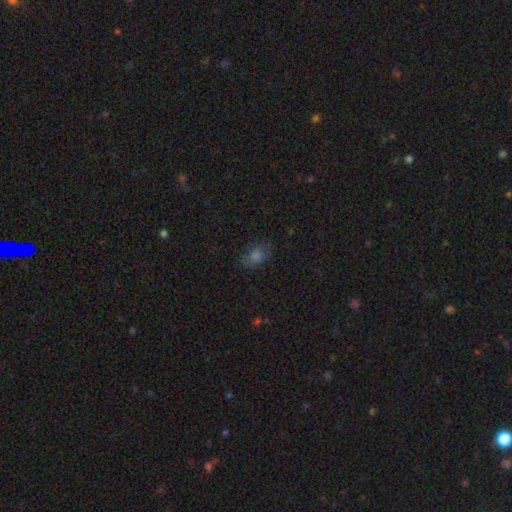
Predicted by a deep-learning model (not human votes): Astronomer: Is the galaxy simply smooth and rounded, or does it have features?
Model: smooth — 62%.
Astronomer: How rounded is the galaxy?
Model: in between — 80%.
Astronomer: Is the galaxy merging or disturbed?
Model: none — 76%.